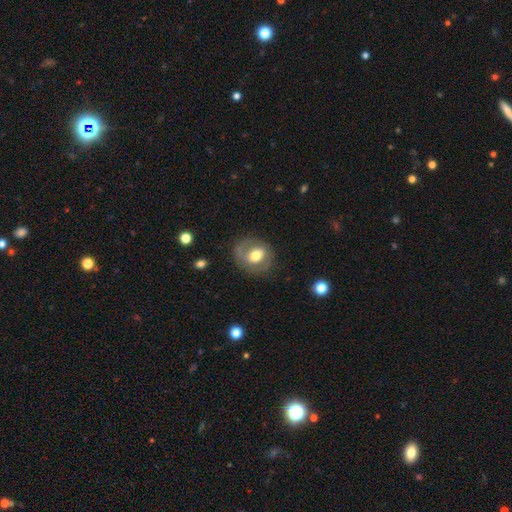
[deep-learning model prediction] Smooth or featured? featured or disk (53%)
Edge-on disk? no (96%)
Bar? no (47%)
Spiral arms? yes (56%)
Bulge size? moderate (65%)
Merging? none (73%)